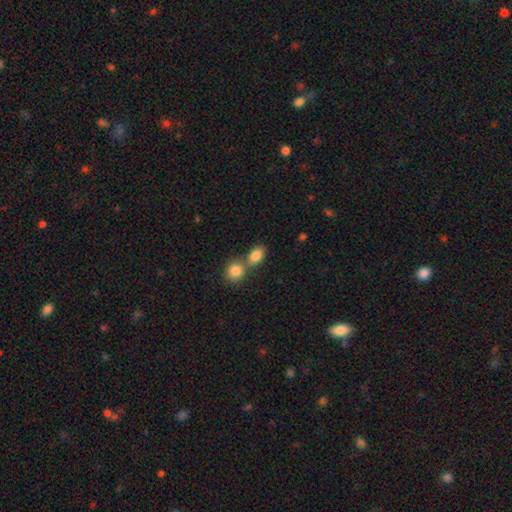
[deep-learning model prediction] A smooth galaxy with no disk features (85%) that is in between round and cigar-shaped (77%). Merging: merger (50%).